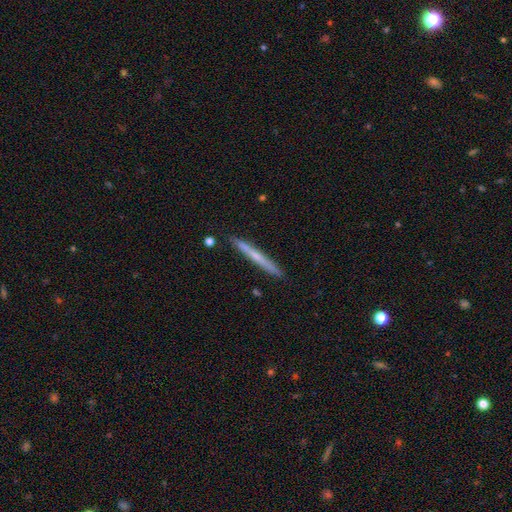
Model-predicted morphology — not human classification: Smooth or featured? featured or disk (50%)
Edge-on disk? yes (97%)
Merging? none (89%)